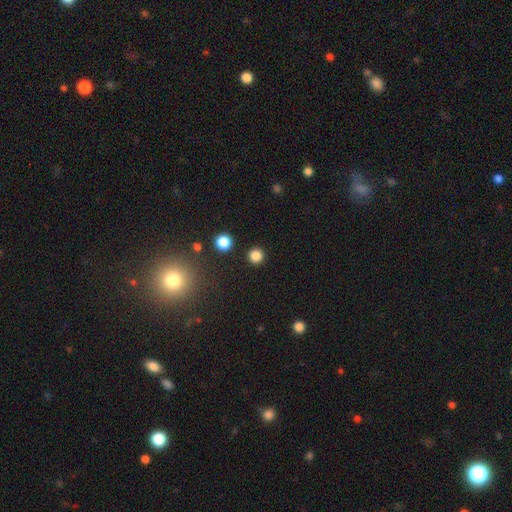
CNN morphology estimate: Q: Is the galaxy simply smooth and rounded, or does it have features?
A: smooth — 83%.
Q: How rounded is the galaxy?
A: round — 95%.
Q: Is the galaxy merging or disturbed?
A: none — 91%.